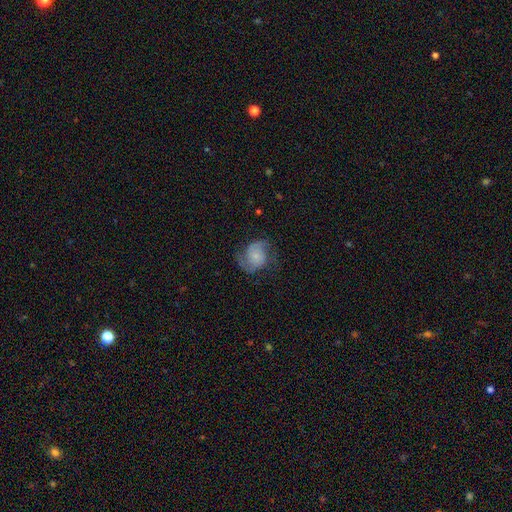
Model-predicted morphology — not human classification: Overall: featured or disk (66%). Edge-on disk: no (98%). Bar: no (68%). Spiral arms: yes (92%). Spiral arm count: 2 (84%). Spiral winding: medium (48%; loose 29%). Bulge size: small (51%; none 22%). Merging: none (63%).